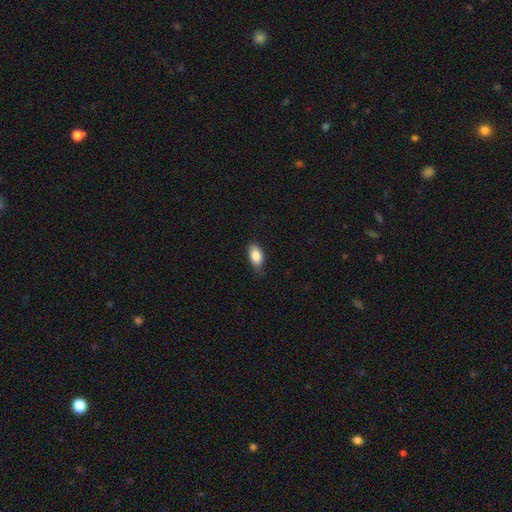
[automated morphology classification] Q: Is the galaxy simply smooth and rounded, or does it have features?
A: smooth — 86%.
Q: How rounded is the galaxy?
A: in between — 91%.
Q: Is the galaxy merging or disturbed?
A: none — 78%.